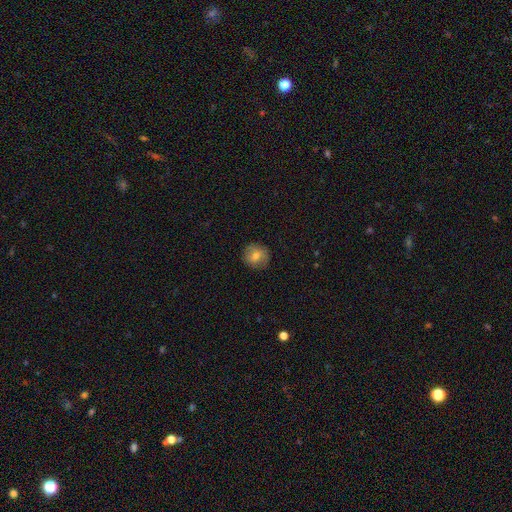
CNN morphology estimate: Smooth or featured? smooth (72%)
How rounded? round (90%)
Merging? none (87%)